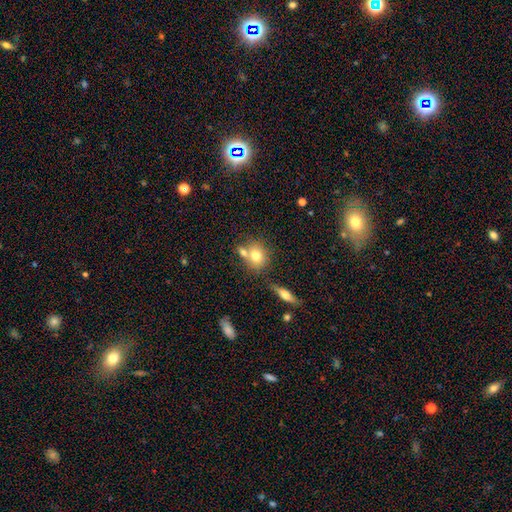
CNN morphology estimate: smooth 74%, featured or disk 17%, star or artifact 9%. Down the decision tree: how rounded — round (65%); merging — none (52%).